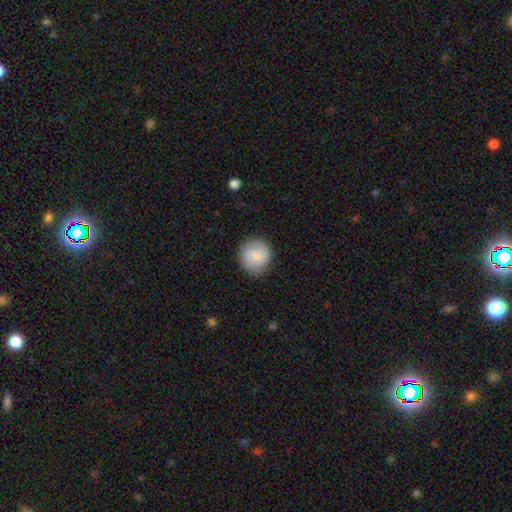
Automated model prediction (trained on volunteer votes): Smooth or featured?
  - smooth: 80% *
  - featured or disk: 13%
  - star or artifact: 7%
How rounded?
  - round: 89% *
  - in between: 10%
  - cigar-shaped: 1%
Merging?
  - none: 80% *
  - minor disturbance: 14%
  - major disturbance: 4%
  - merger: 1%